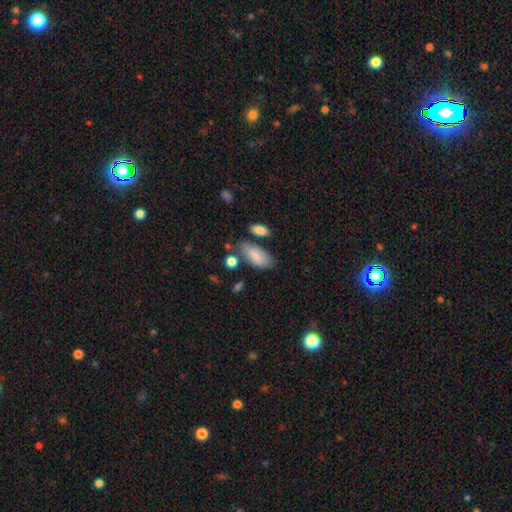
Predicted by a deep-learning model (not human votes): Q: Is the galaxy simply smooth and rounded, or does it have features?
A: smooth — 81%.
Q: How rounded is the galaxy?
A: in between — 89%.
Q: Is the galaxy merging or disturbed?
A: none — 63%.